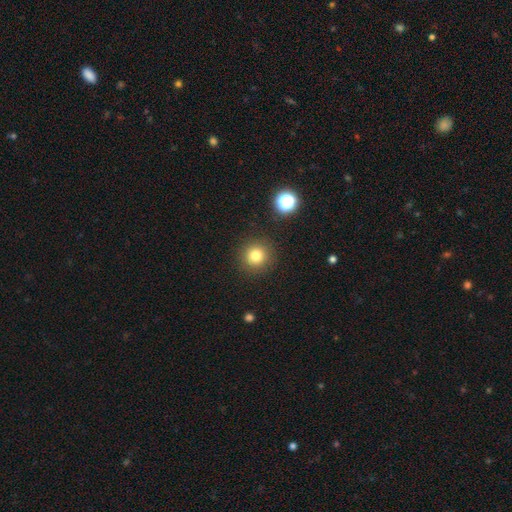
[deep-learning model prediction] A smooth galaxy with no disk features (80%) that is round (94%).

Vote fractions:
- Smooth or featured? smooth: 80% / star or artifact: 13% / featured or disk: 7%
- How rounded? round: 94% / in between: 5% / cigar-shaped: 1%
- Merging? none: 90% / minor disturbance: 6% / major disturbance: 3% / merger: 2%